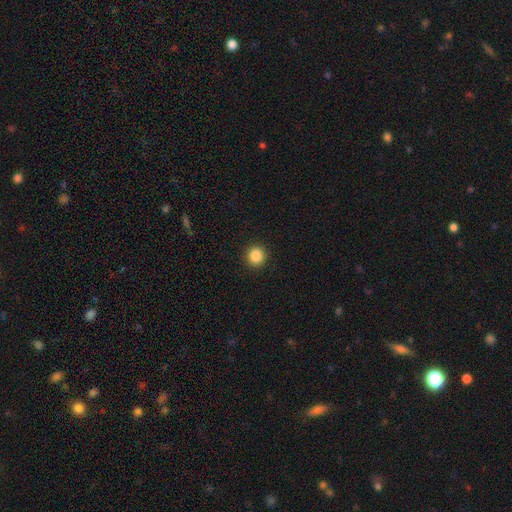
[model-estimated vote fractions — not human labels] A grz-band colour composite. It shows a smooth galaxy with no disk features (87%) that is round (93%). Merging: none (93%).